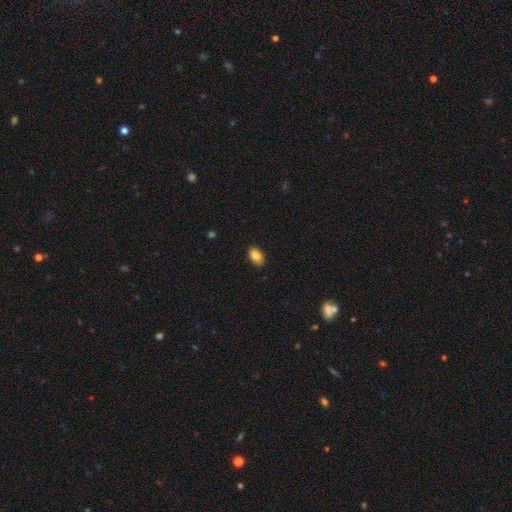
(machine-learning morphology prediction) This is clearly a smooth galaxy (85%). How rounded: clearly in between (91%). Merging: clearly none (89%).